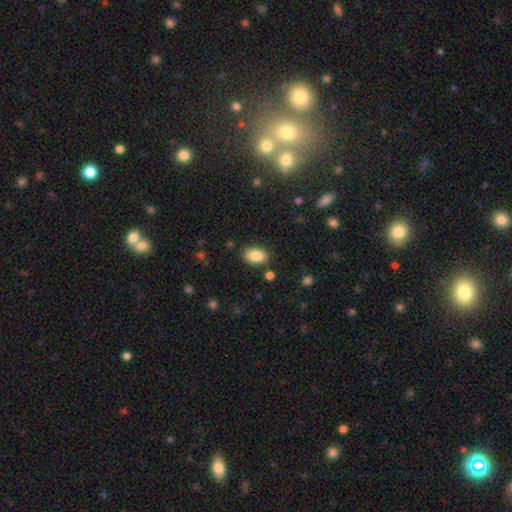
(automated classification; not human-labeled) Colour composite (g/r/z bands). It shows a smooth galaxy with no disk features (86%) that is in between round and cigar-shaped (92%). Merging: none (85%).